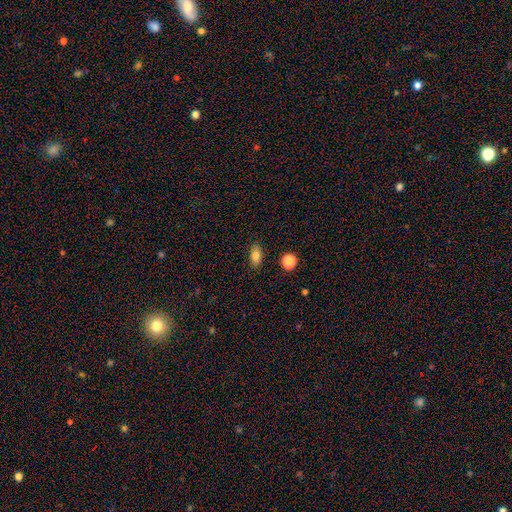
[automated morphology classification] Smooth or featured? Predicted: smooth (p=0.81). How rounded? Predicted: in between (p=0.88). Merging? Predicted: none (p=0.88).